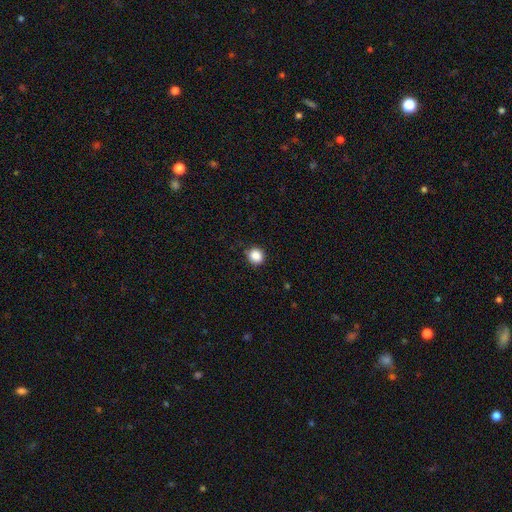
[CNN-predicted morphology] This is clearly a smooth galaxy (87%). How rounded: clearly round (89%). Merging: clearly none (88%).